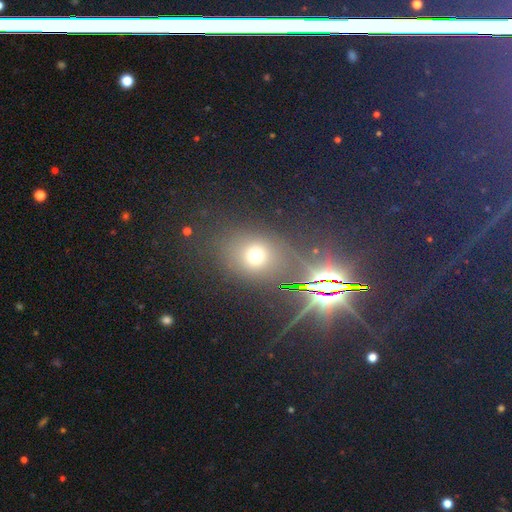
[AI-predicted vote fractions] Smooth or featured? Predicted: smooth (p=0.53). How rounded? Predicted: round (p=0.56). Merging? Predicted: none (p=0.79).